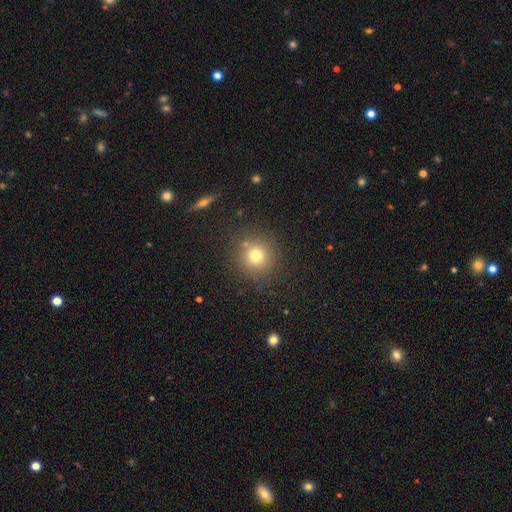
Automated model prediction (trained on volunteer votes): Smooth or featured: smooth — 74% (star or artifact — 16%)
How rounded: round — 93% (in between — 6%)
Merging: none — 84% (minor disturbance — 9%)